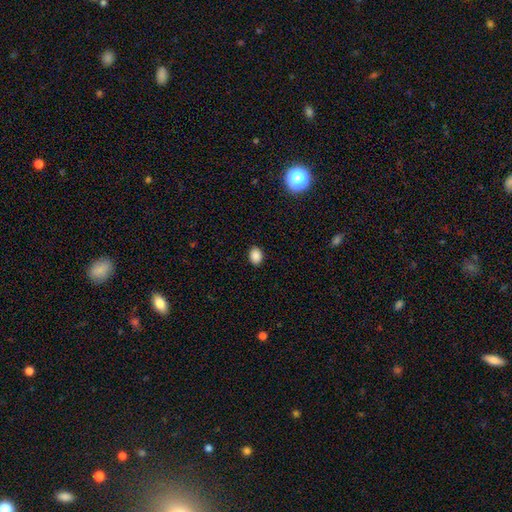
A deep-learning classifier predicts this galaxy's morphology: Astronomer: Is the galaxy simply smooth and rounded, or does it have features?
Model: smooth — 88%.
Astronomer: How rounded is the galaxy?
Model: in between — 62%.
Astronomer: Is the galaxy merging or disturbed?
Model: none — 89%.